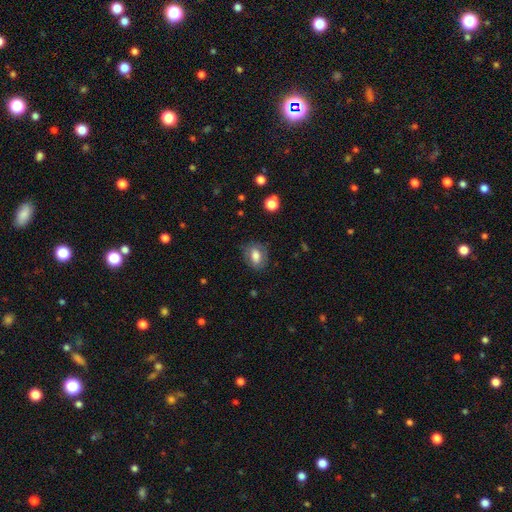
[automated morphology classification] Smooth or featured? Predicted: smooth (p=0.71). How rounded? Predicted: in between (p=0.73). Merging? Predicted: none (p=0.73).